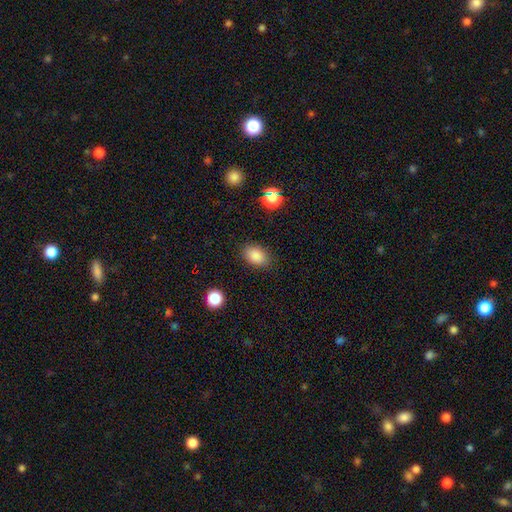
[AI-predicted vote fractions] The model was most divided on "how rounded": in between: 84%, round: 15%, cigar-shaped: 1%. More confident: smooth or featured — smooth (87%); merging — none (84%).